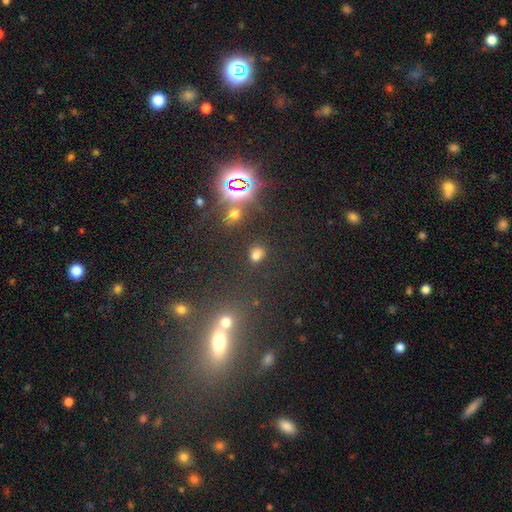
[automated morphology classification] Overall: smooth (69%). How rounded: round (53%; in between 45%). Merging: none (77%).